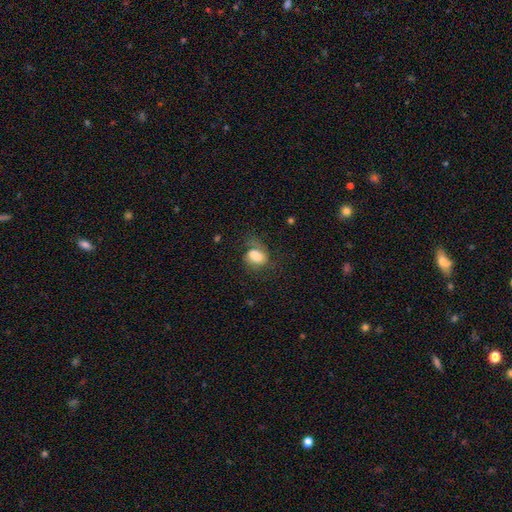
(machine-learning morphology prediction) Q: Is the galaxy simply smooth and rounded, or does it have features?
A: smooth — 69%.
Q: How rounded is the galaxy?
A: in between — 66%.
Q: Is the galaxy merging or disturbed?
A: none — 36%.